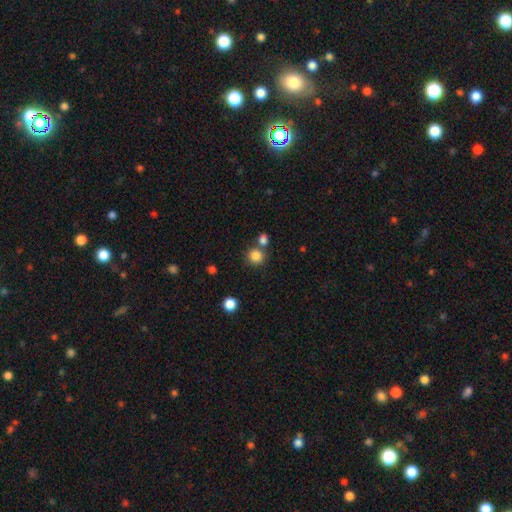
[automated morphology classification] Smooth or featured? Predicted: smooth (p=0.84). How rounded? Predicted: round (p=0.88). Merging? Predicted: none (p=0.68).